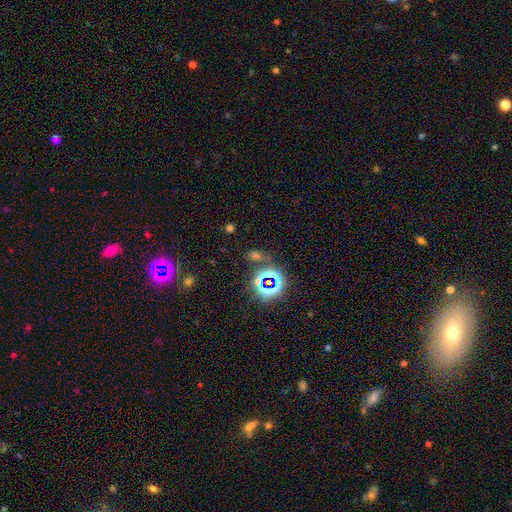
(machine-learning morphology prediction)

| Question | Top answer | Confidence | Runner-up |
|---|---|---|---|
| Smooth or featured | star or artifact | 57% | smooth (35%) |